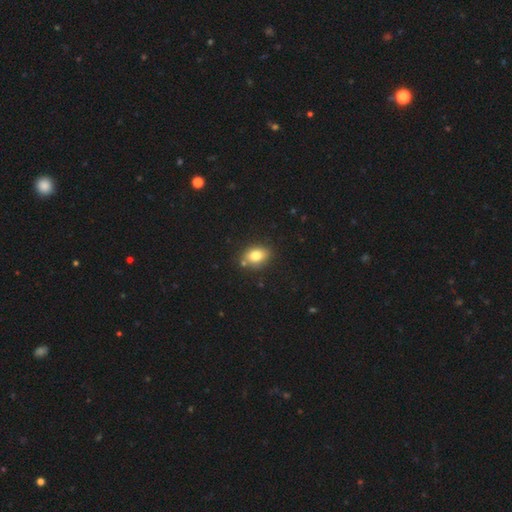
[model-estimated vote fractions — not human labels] Smooth or featured? smooth (80%)
How rounded? in between (70%)
Merging? none (80%)